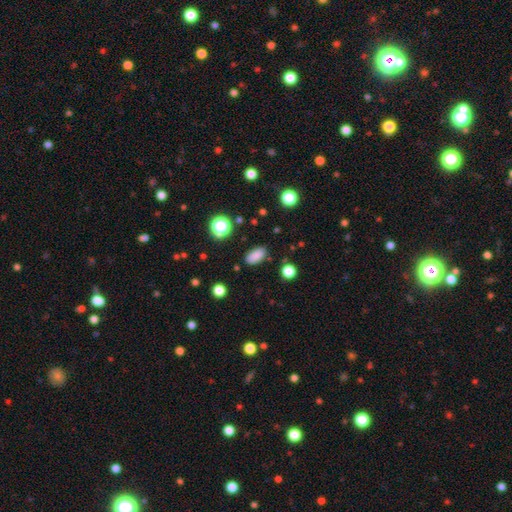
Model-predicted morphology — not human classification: Overall: smooth (84%). How rounded: in between (90%). Merging: none (86%).